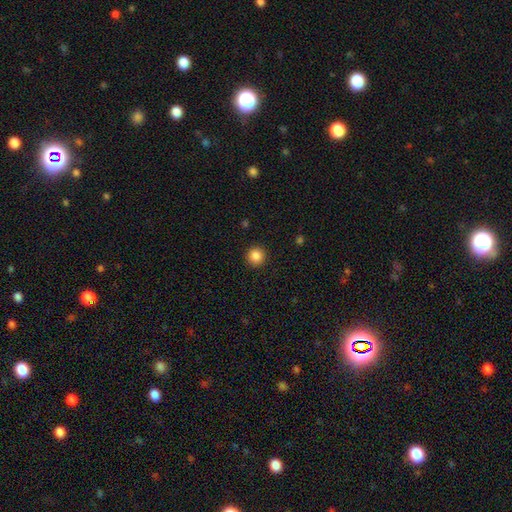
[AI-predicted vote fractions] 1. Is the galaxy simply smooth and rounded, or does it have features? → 86% smooth, 11% star or artifact, 4% featured or disk.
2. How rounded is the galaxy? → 95% round, 4% in between, 1% cigar-shaped.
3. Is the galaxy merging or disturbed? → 92% none, 5% minor disturbance, 2% major disturbance, 1% merger.